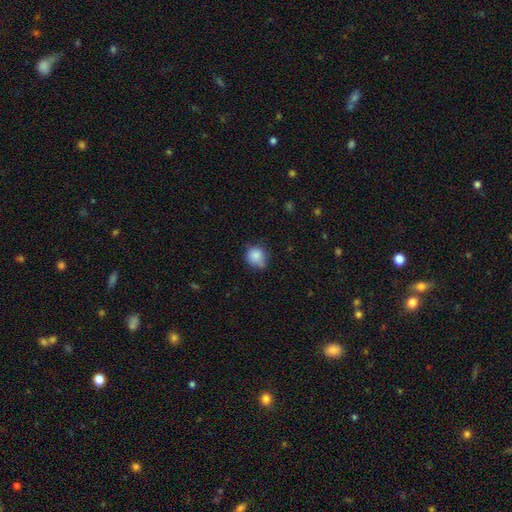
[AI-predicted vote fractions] Overall: smooth (85%). How rounded: round (80%). Merging: none (59%; minor disturbance 33%).